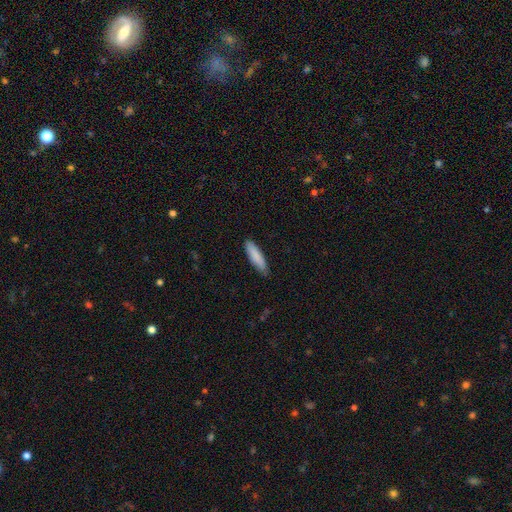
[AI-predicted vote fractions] smooth 86%, featured or disk 8%, star or artifact 5%. Down the decision tree: how rounded — cigar-shaped (69%); merging — none (85%).